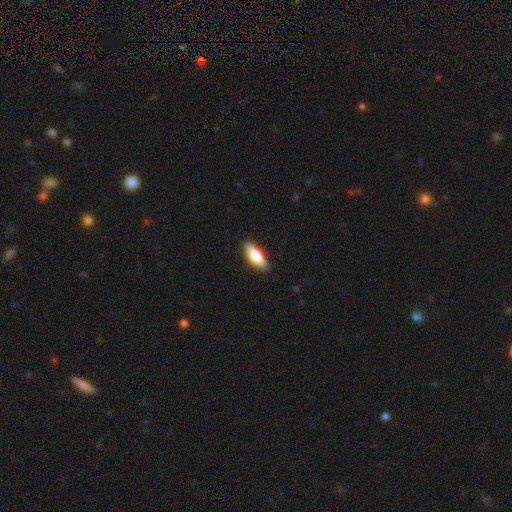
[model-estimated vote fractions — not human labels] A smooth galaxy with no disk features (68%) that is in between round and cigar-shaped (67%). Merging: none (89%).